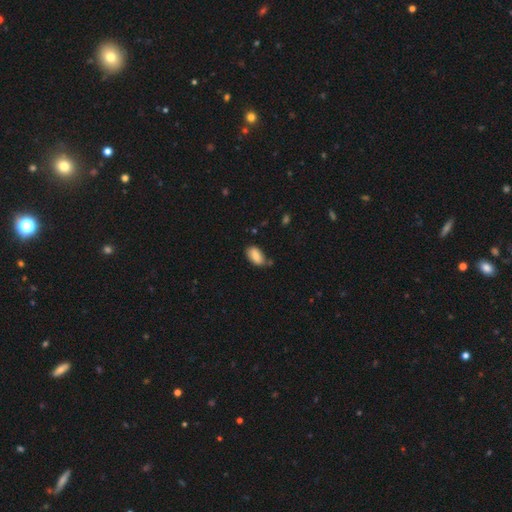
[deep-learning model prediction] Smooth or featured? smooth (83%)
How rounded? in between (93%)
Merging? none (67%)